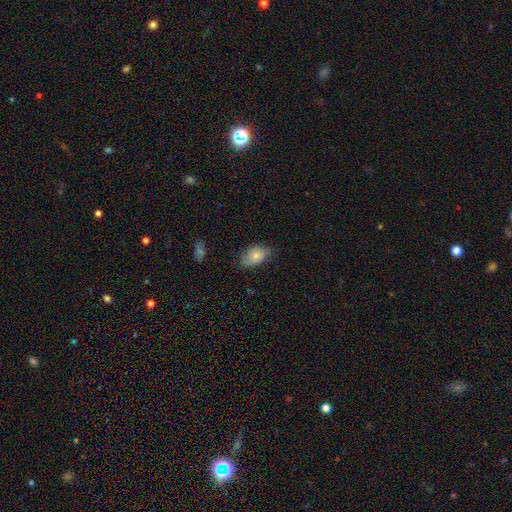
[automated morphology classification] A smooth galaxy with no disk features (74%) that is in between round and cigar-shaped (90%). Merging: none (68%).